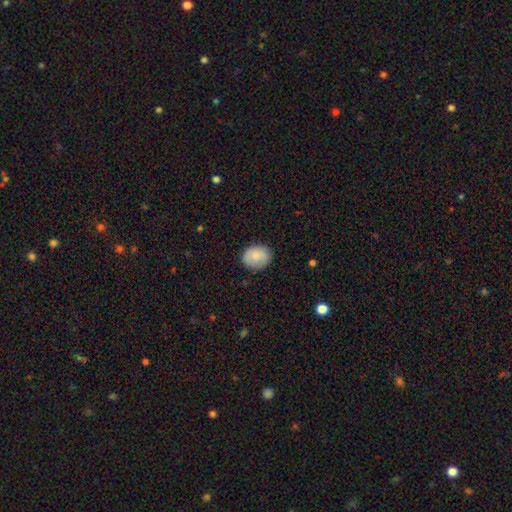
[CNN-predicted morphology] A smooth galaxy with no disk features (79%) that is round (58%). Merging: none (83%).